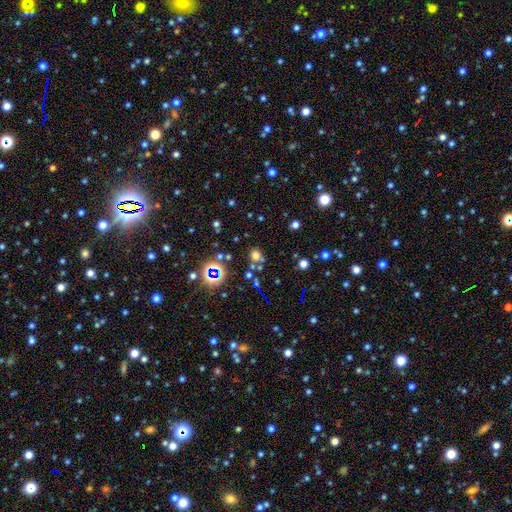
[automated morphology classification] smooth-or-featured: smooth: 58% | star or artifact: 34% | featured or disk: 8%
  how-rounded: round: 73% | in between: 26% | cigar-shaped: 1%
  merging: none: 71% | merger: 12% | minor disturbance: 12% | major disturbance: 5%